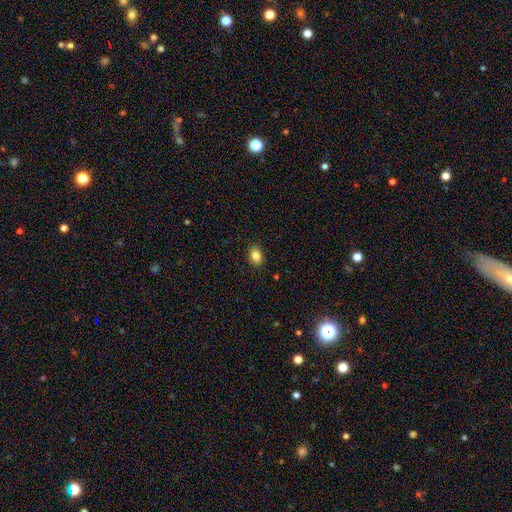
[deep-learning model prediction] Smooth or featured? smooth (85%)
How rounded? in between (76%)
Merging? none (89%)